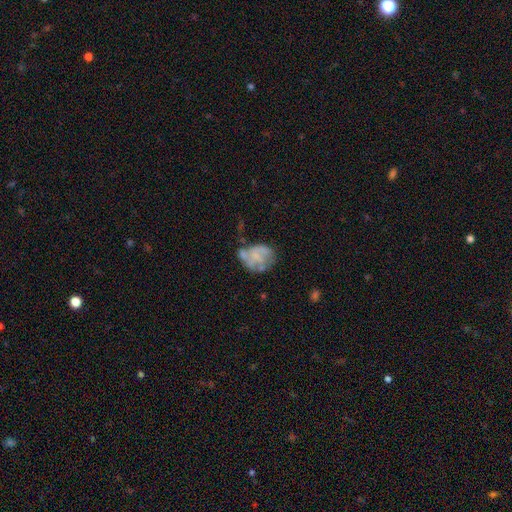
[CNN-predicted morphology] type=featured or disk (55%); edge-on=no (98%); bar=no (78%); spiral arms=no (51%); bulge=none (63%); merging=none (35%).